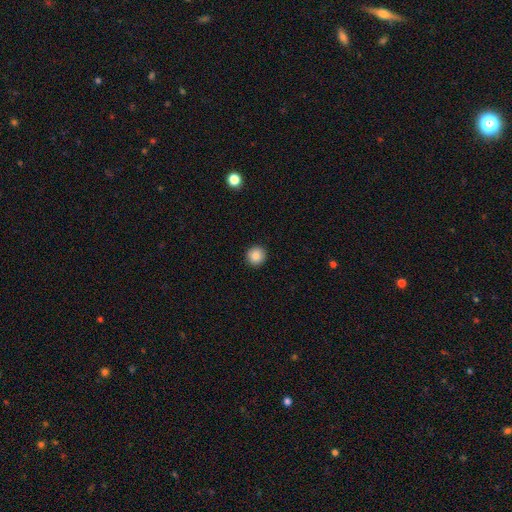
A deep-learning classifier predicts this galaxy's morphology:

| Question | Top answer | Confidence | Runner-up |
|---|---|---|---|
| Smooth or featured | smooth | 87% | star or artifact (9%) |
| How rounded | round | 93% | in between (6%) |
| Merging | none | 92% | minor disturbance (5%) |